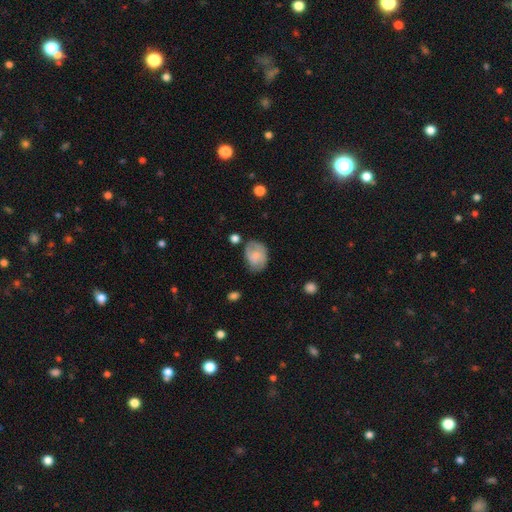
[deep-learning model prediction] Q: Smooth or featured?
A: smooth (62%); runner-up: featured or disk (30%)
Q: How rounded?
A: in between (70%); runner-up: round (29%)
Q: Merging?
A: none (58%); runner-up: minor disturbance (29%)